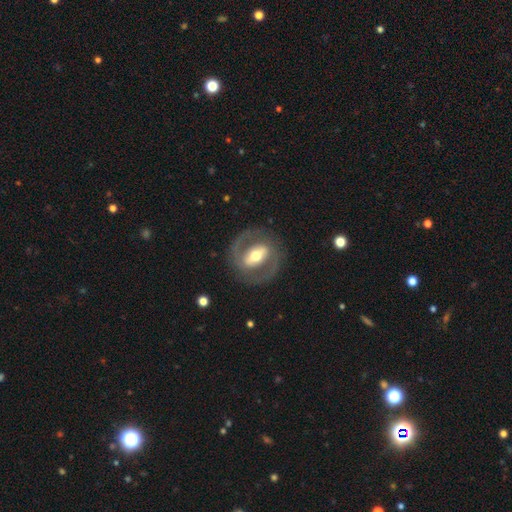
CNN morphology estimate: This is clearly a featured or disk galaxy (81%). It is clearly not viewed edge-on (95%). Bar: possibly strong (58%). Spiral arm pattern: likely yes (79%). Spiral arm count: clearly 2 (88%). Spiral winding: possibly medium (50%). Central bulge: likely moderate (65%). Merging: clearly none (81%).